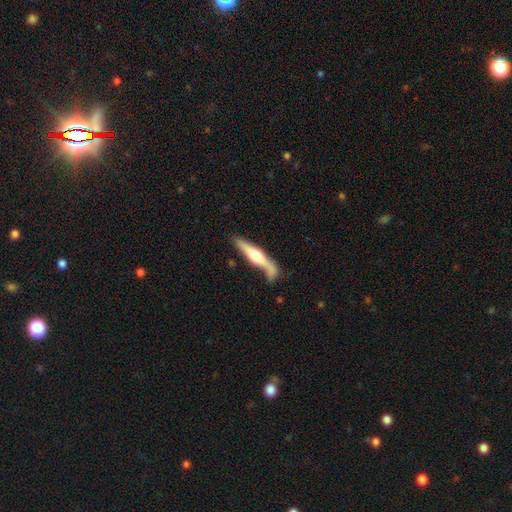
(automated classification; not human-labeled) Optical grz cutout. It shows a featured or disk galaxy (61%) viewed edge-on (93%) with a rounded central bulge (89%). Merging: none (59%).